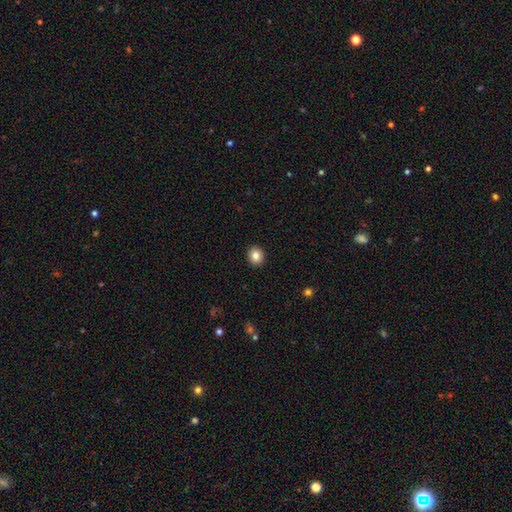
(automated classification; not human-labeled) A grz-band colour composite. It shows a smooth galaxy with no disk features (84%) that is round (78%). Merging: none (92%).